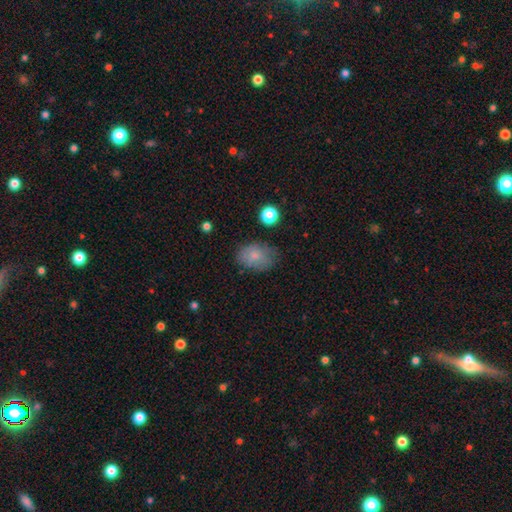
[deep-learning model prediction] This is likely a smooth galaxy (78%). How rounded: likely in between (78%). Merging: likely none (65%).